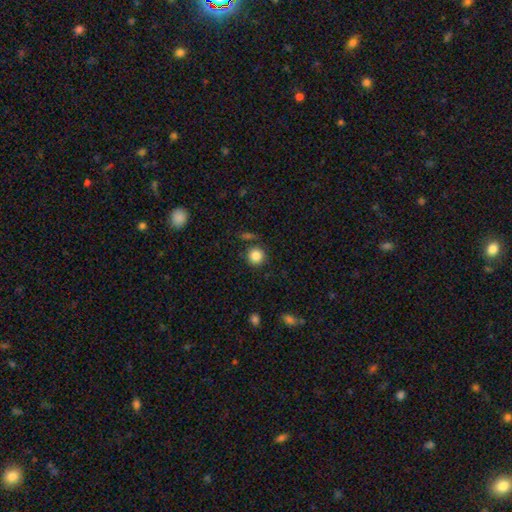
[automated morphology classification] smooth_or_featured: smooth (p=0.85) [alt: star or artifact p=0.10]
how_rounded: round (p=0.93) [alt: in between p=0.06]
merging: none (p=0.84) [alt: minor disturbance p=0.08]